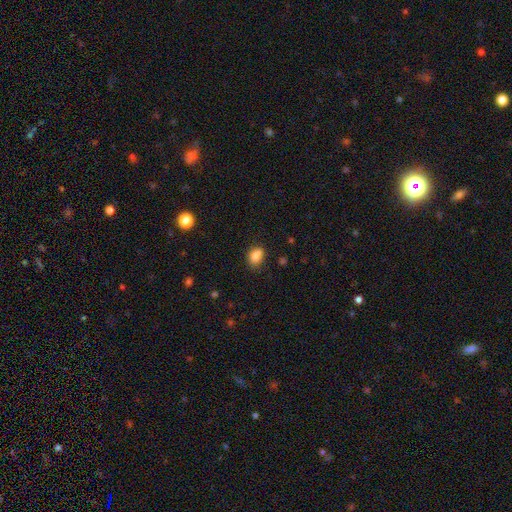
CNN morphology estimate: Q: Smooth or featured?
A: smooth (83%); runner-up: star or artifact (10%)
Q: How rounded?
A: in between (67%); runner-up: round (32%)
Q: Merging?
A: none (63%); runner-up: minor disturbance (23%)